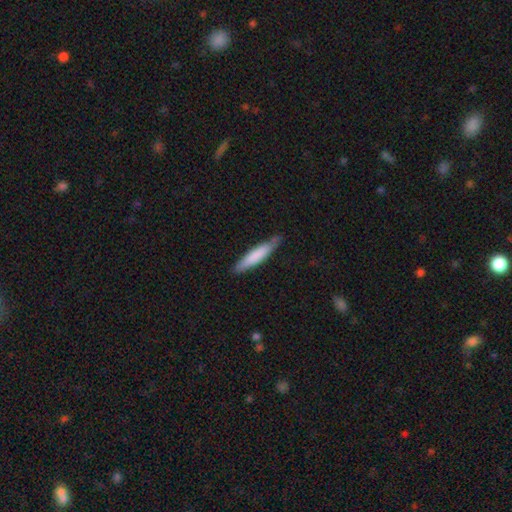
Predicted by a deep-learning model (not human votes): Smooth or featured: smooth — 75% (featured or disk — 20%)
How rounded: cigar-shaped — 87% (in between — 12%)
Merging: none — 78% (minor disturbance — 18%)